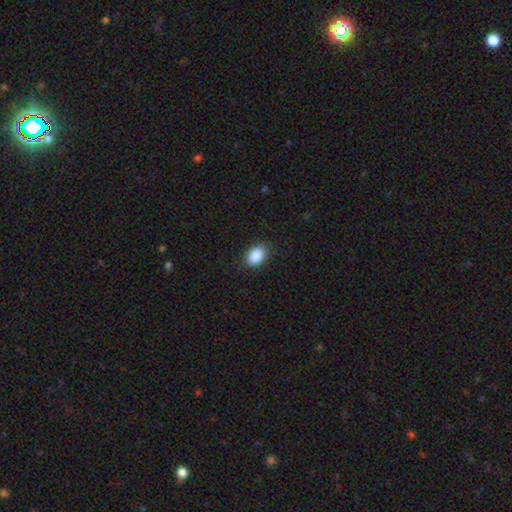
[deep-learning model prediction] Morphology: type=smooth (88%); roundness=in between (85%); merging=none (84%).